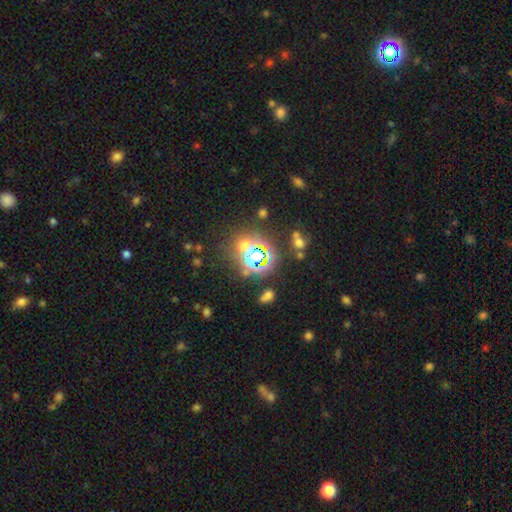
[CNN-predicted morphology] Smooth or featured: star or artifact — 60% (smooth — 27%)